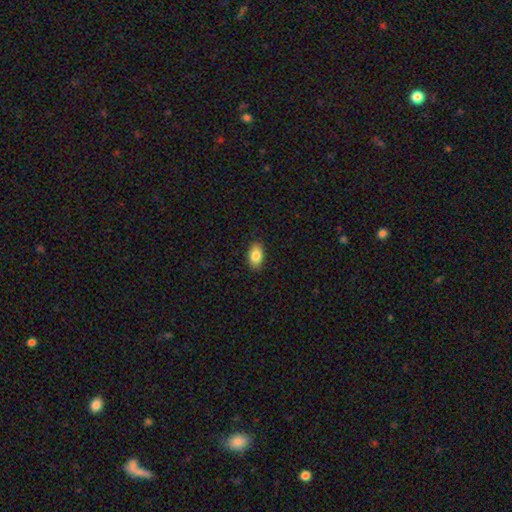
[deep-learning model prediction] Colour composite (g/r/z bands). It shows a smooth galaxy with no disk features (84%) that is in between round and cigar-shaped (92%). Merging: none (90%).